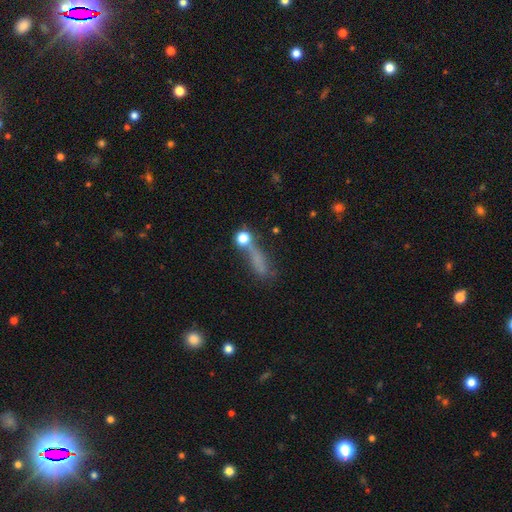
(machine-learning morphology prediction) smooth 57%, star or artifact 22%, featured or disk 21%. Down the decision tree: how rounded — cigar-shaped (55%); merging — none (44%).